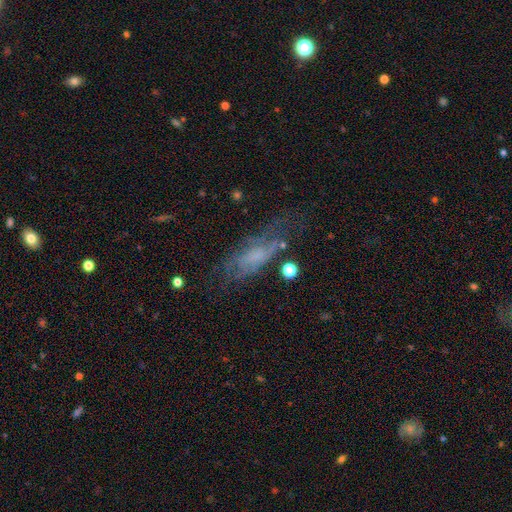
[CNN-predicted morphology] Smooth or featured: featured or disk — 47% (smooth — 38%)
Merging: none — 50% (minor disturbance — 24%)